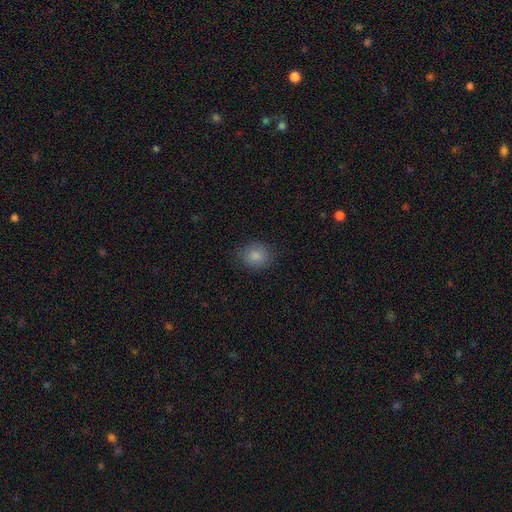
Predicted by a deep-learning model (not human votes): Smooth or featured?
  - smooth: 86% *
  - star or artifact: 9%
  - featured or disk: 5%
How rounded?
  - round: 76% *
  - in between: 23%
  - cigar-shaped: 1%
Merging?
  - none: 83% *
  - minor disturbance: 13%
  - major disturbance: 4%
  - merger: 1%